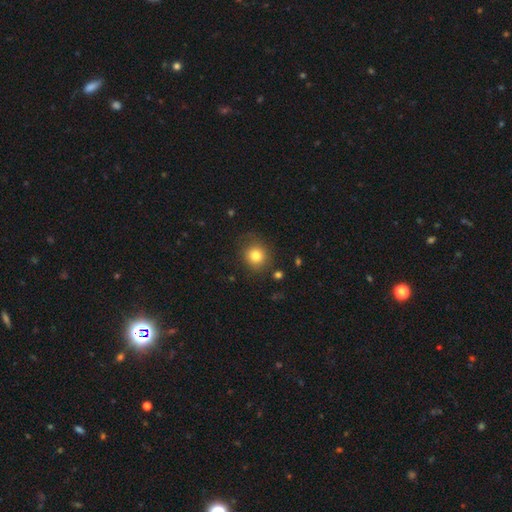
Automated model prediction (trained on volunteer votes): A smooth galaxy with no disk features (81%) that is round (83%).

Vote fractions:
- Smooth or featured? smooth: 81% / star or artifact: 11% / featured or disk: 8%
- How rounded? round: 83% / in between: 16% / cigar-shaped: 1%
- Merging? none: 78% / minor disturbance: 15% / major disturbance: 5% / merger: 2%